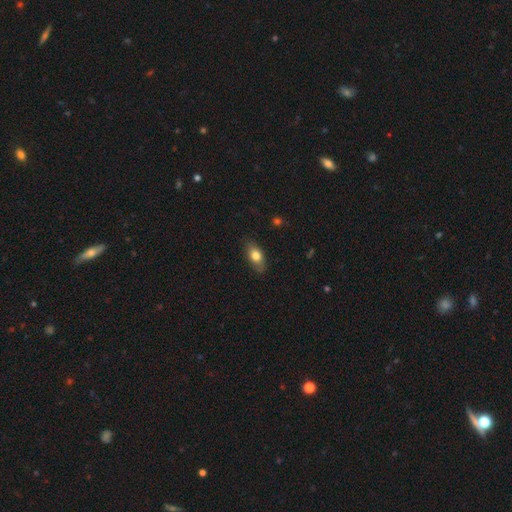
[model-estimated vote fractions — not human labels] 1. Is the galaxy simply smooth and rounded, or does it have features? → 76% smooth, 16% featured or disk, 8% star or artifact.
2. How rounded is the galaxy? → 85% in between, 8% cigar-shaped, 7% round.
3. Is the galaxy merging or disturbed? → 80% none, 16% minor disturbance, 3% major disturbance, 1% merger.